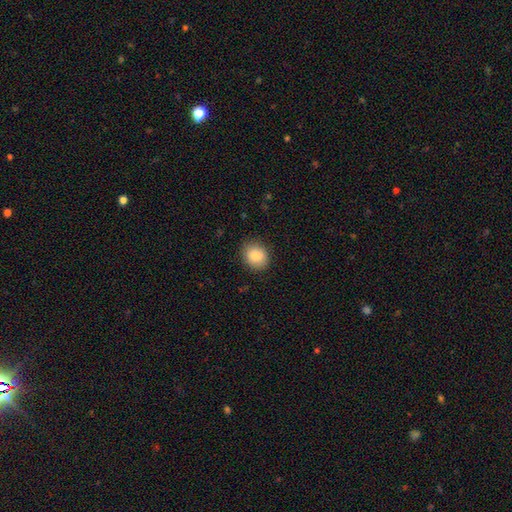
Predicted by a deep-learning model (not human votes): This is clearly a smooth galaxy (86%). How rounded: likely round (65%). Merging: clearly none (87%).